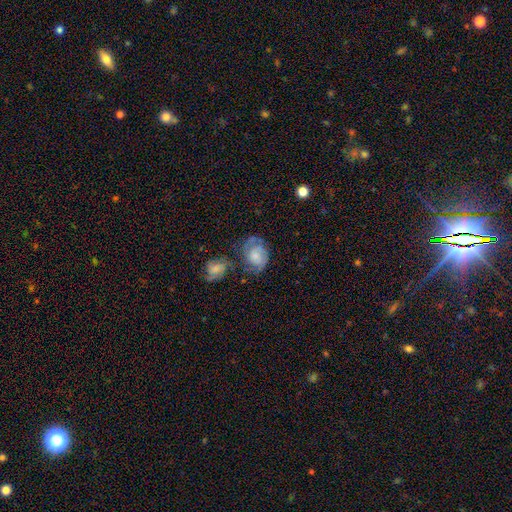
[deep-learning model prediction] Morphology: type=featured or disk (62%); edge-on=no (97%); bar=no (72%); spiral arms=yes (86%); winding=tight (49%); arm count=2 (51%); bulge=small (48%); merging=none (44%).